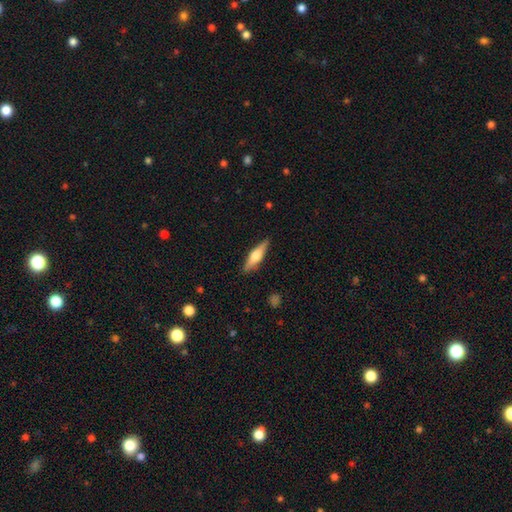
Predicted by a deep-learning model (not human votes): This appears to be a featured or disk galaxy (49%). Merging: none (88%).